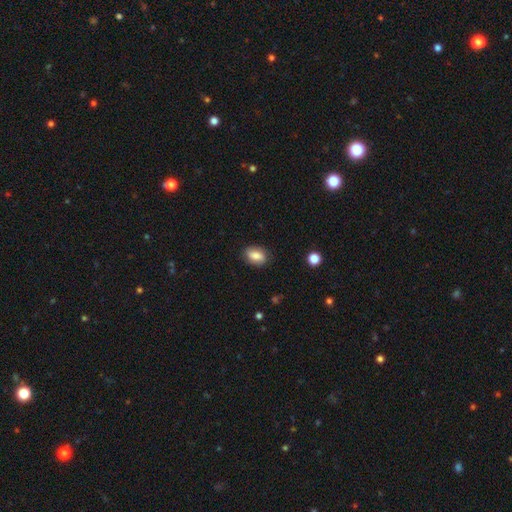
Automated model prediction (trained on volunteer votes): smooth-or-featured: smooth: 79% | featured or disk: 13% | star or artifact: 8%
  how-rounded: in between: 85% | round: 12% | cigar-shaped: 3%
  merging: none: 84% | minor disturbance: 12% | major disturbance: 3% | merger: 1%